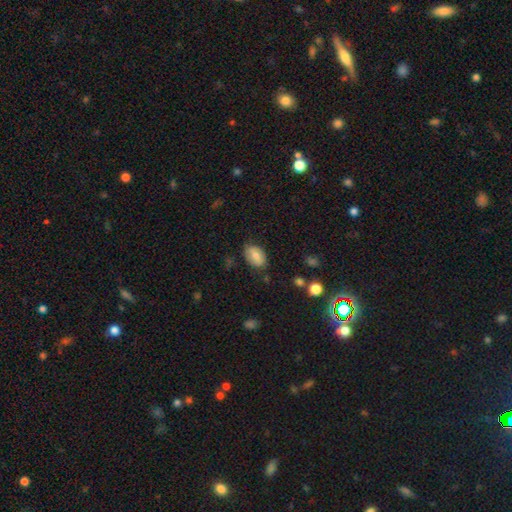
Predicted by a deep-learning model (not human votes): Smooth or featured? Predicted: smooth (p=0.68). How rounded? Predicted: in between (p=0.88). Merging? Predicted: none (p=0.74).